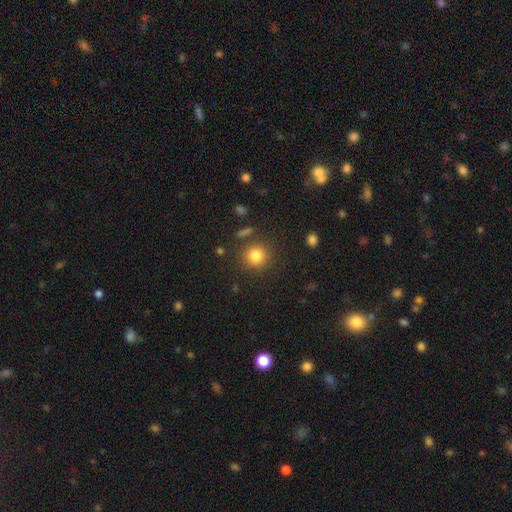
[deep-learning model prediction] Overall: smooth (82%). How rounded: round (91%). Merging: none (85%).